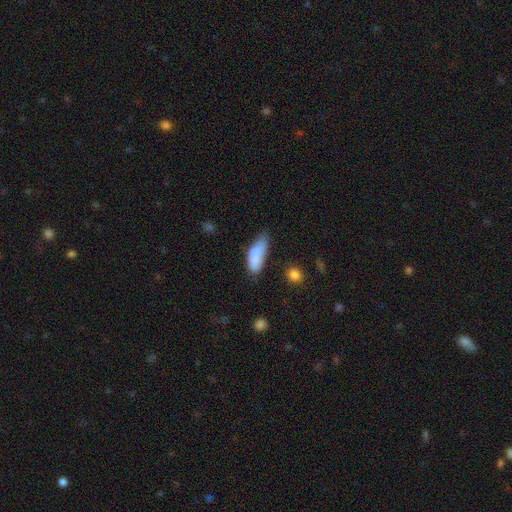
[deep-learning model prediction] A smooth galaxy with no disk features (82%) that is in between round and cigar-shaped (73%).

Vote fractions:
- Smooth or featured? smooth: 82% / featured or disk: 11% / star or artifact: 7%
- How rounded? in between: 73% / cigar-shaped: 25% / round: 2%
- Merging? none: 41% / minor disturbance: 38% / major disturbance: 14% / merger: 7%